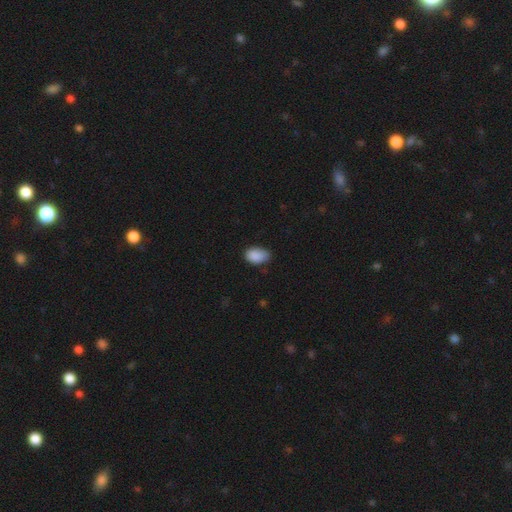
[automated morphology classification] smooth 88%, star or artifact 8%, featured or disk 4%. Down the decision tree: how rounded — in between (88%); merging — none (67%).